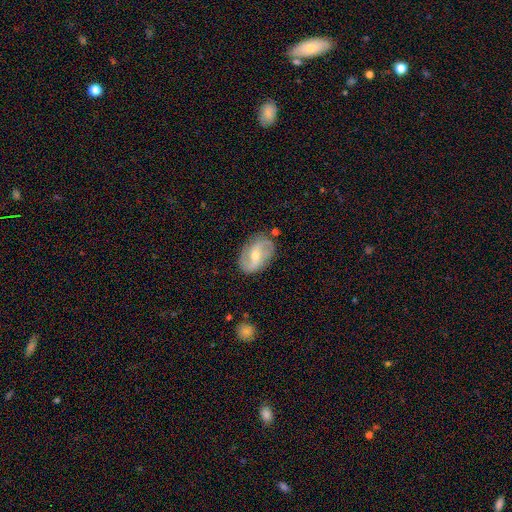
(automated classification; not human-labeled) Smooth or featured? featured or disk (77%)
Edge-on disk? no (96%)
Bar? weak (43%)
Spiral arms? yes (90%)
Spiral winding? loose (51%)
Spiral arm count? 2 (89%)
Bulge size? moderate (52%)
Merging? none (79%)